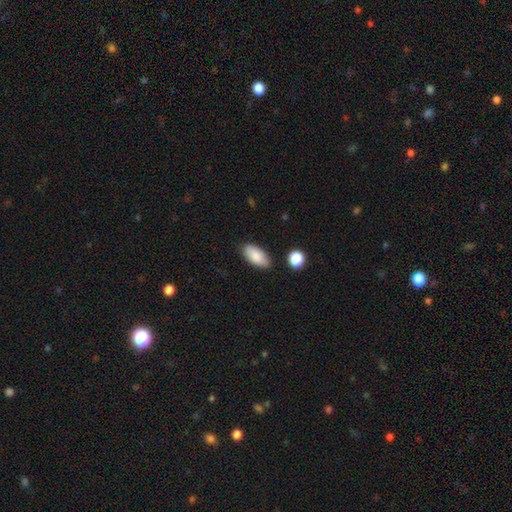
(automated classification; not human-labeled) This is clearly a smooth galaxy (87%). How rounded: clearly in between (92%). Merging: clearly none (82%).